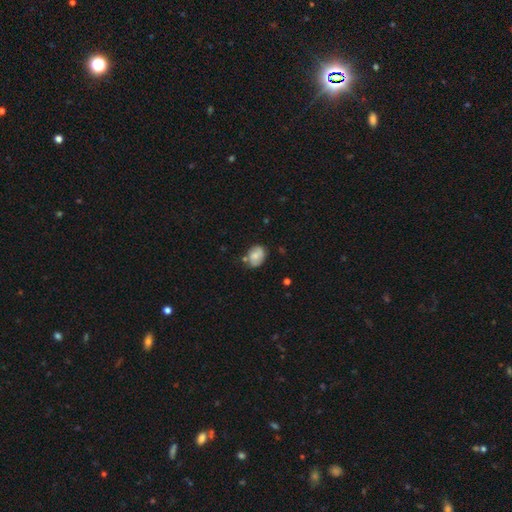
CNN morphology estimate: The model was most divided on "merging": none: 64%, minor disturbance: 23%, merger: 8%, major disturbance: 5%. More confident: smooth or featured — smooth (73%); how rounded — in between (70%).